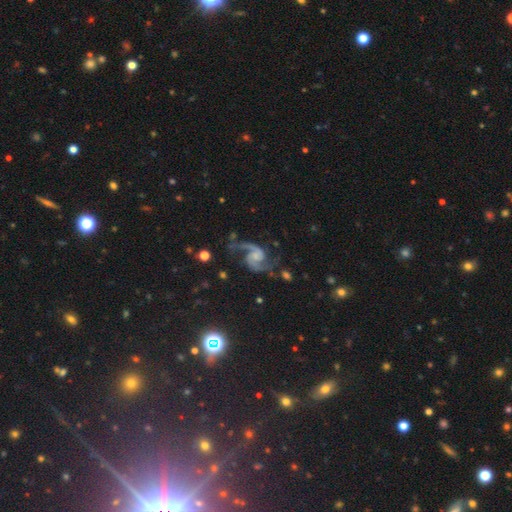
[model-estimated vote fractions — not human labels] A featured or disk galaxy (91%) with no bar (62%), 2 (94%) medium (50%) spiral arms (98%) and a small central bulge (44%).

Vote fractions:
- Smooth or featured? featured or disk: 91% / star or artifact: 5% / smooth: 4%
- Edge-on disk? no: 98% / yes: 2%
- Bar? no: 62% / weak: 31% / strong: 7%
- Spiral arms? yes: 98% / no: 2%
- Spiral winding? medium: 50% / loose: 40% / tight: 10%
- Spiral arm count? 2: 94% / 1: 2% / can't tell: 1% / 3: 1% / 4: 1% / more than 4: 1%
- Bulge size? small: 44% / none: 25% / moderate: 24% / large: 5% / dominant: 2%
- Merging? none: 68% / minor disturbance: 17% / major disturbance: 12% / merger: 3%